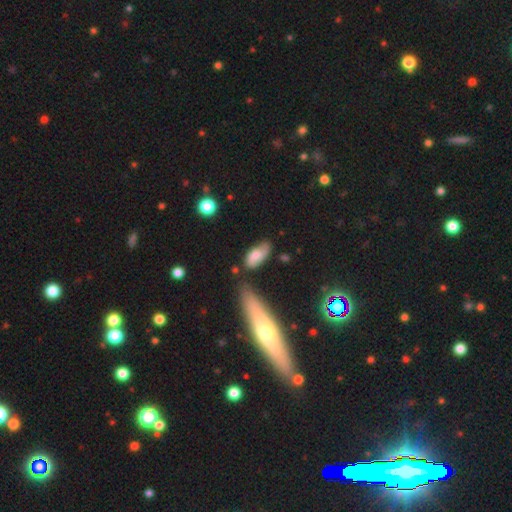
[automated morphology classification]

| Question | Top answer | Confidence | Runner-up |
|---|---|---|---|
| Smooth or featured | smooth | 55% | featured or disk (38%) |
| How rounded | in between | 88% | cigar-shaped (8%) |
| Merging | none | 59% | minor disturbance (25%) |